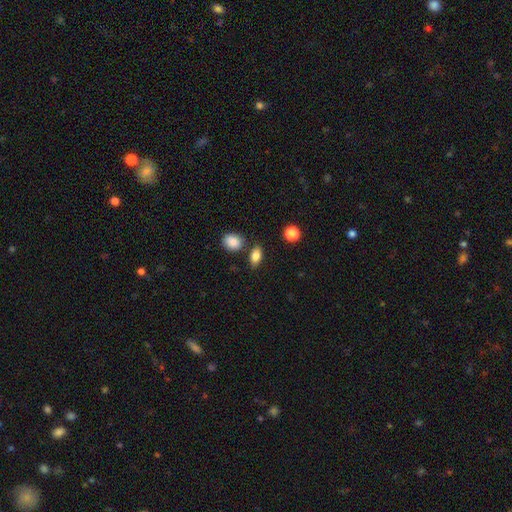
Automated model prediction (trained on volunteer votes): Morphology: type=smooth (84%); roundness=in between (84%); merging=none (78%).